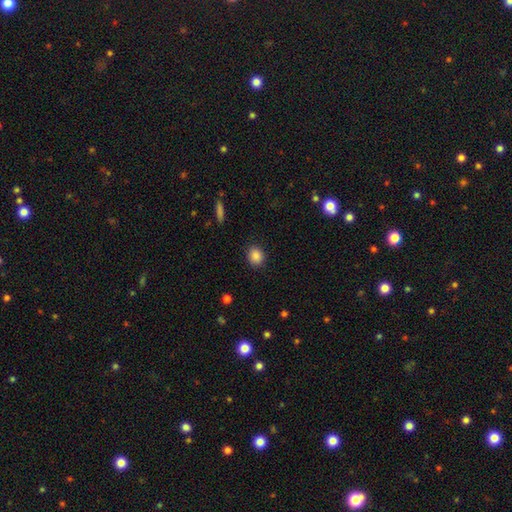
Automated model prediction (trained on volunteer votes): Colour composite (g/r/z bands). It shows a smooth galaxy with no disk features (87%) that is round (67%). Merging: none (89%).